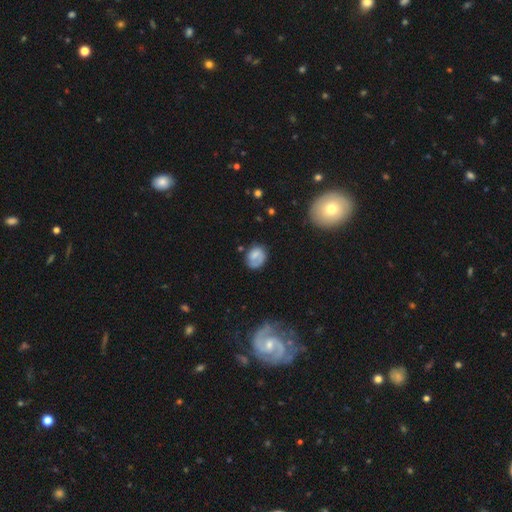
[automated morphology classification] The model was most divided on "how rounded": round: 52%, in between: 47%, cigar-shaped: 1%. More confident: smooth or featured — smooth (63%); merging — none (58%).